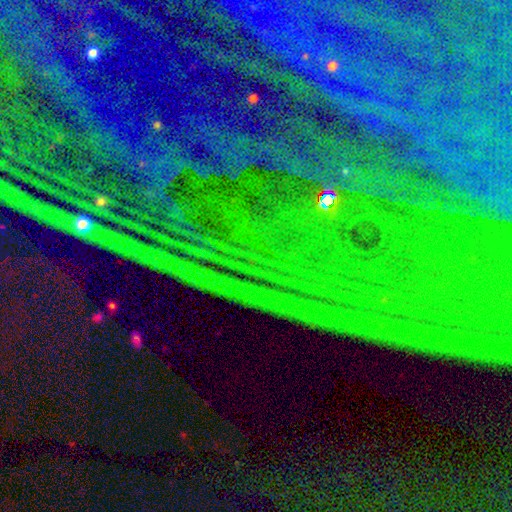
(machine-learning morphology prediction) smooth_or_featured: star or artifact (p=0.88) [alt: featured or disk p=0.07]